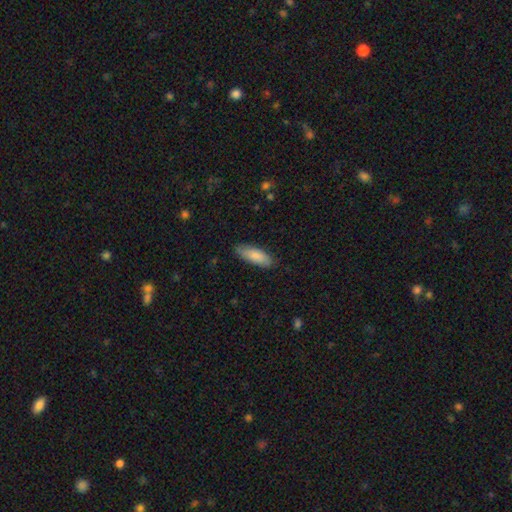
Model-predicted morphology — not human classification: A smooth galaxy with no disk features (85%) that is in between round and cigar-shaped (64%). Merging: none (83%).